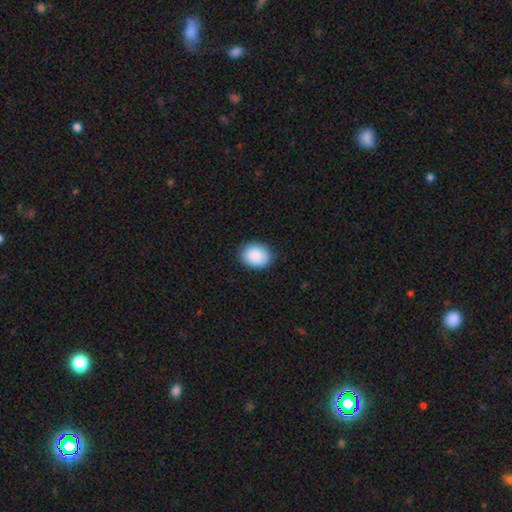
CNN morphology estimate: type=smooth (90%); roundness=in between (53%); merging=none (87%).